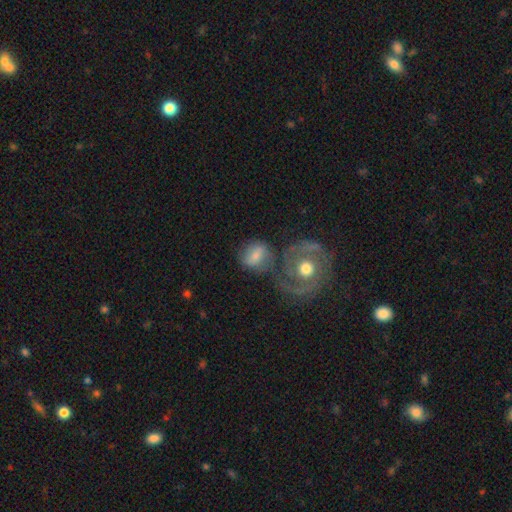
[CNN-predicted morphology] Overall: smooth (55%; featured or disk 37%). How rounded: round (65%; in between 33%). Merging: none (52%; merger 23%).